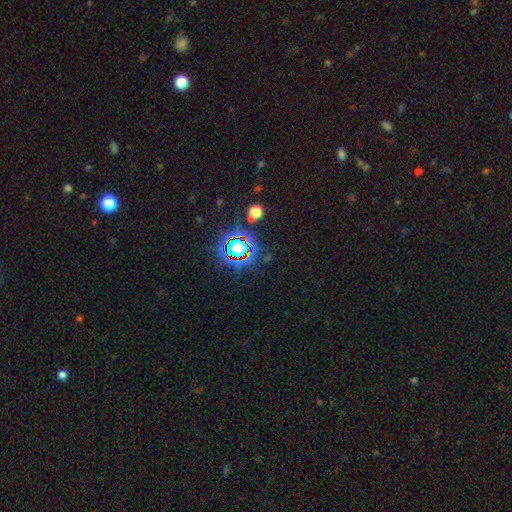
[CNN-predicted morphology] Overall: star or artifact (80%).